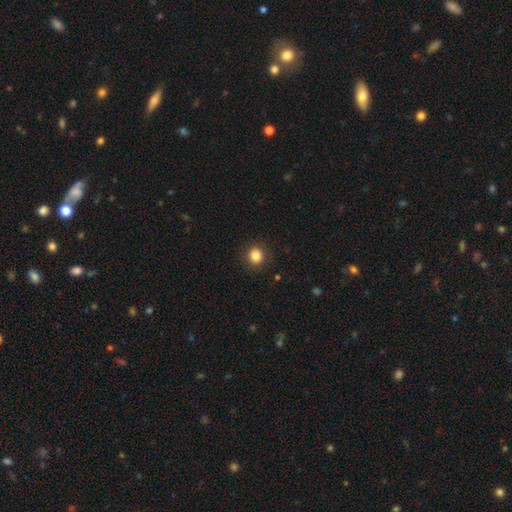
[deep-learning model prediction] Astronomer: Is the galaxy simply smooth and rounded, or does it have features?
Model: smooth — 85%.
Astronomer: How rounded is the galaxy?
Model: round — 89%.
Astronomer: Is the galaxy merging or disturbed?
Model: none — 91%.